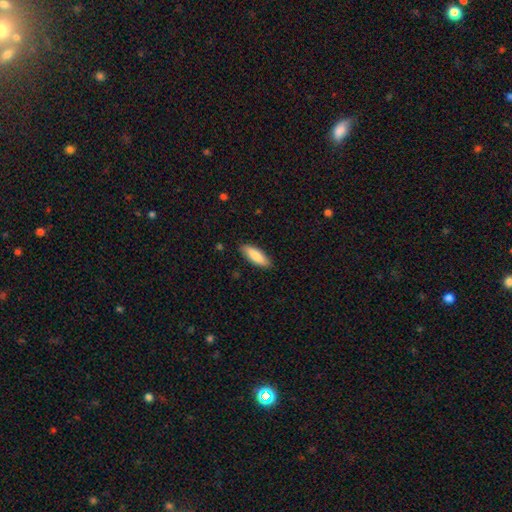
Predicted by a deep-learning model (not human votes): Smooth or featured? smooth (85%)
How rounded? in between (56%)
Merging? none (87%)